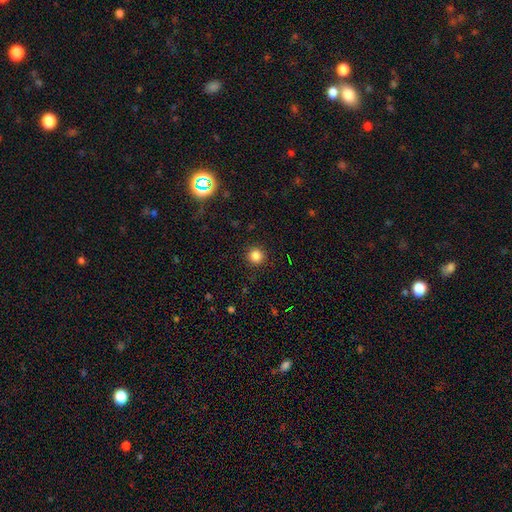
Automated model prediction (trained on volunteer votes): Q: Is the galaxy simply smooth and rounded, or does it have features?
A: smooth — 84%.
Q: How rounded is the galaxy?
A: round — 94%.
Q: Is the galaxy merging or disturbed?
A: none — 91%.